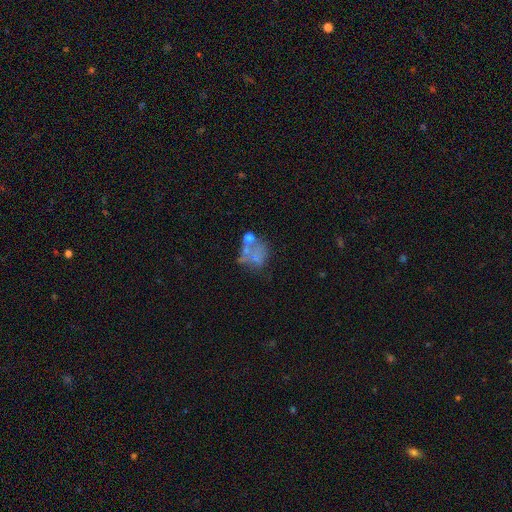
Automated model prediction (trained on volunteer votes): A smooth galaxy with no disk features (45%). Merging: merger (32%).